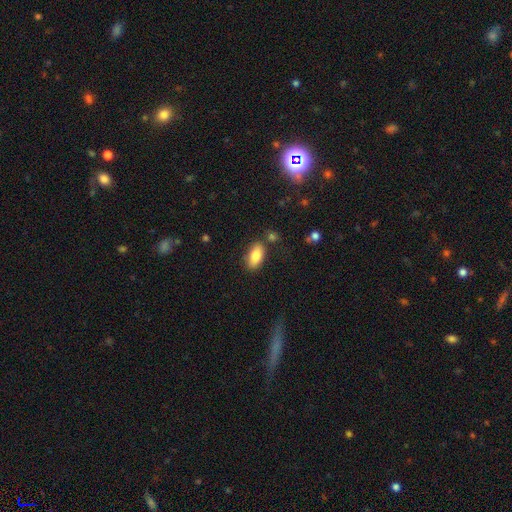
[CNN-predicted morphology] type=smooth (83%); roundness=in between (91%); merging=none (79%).